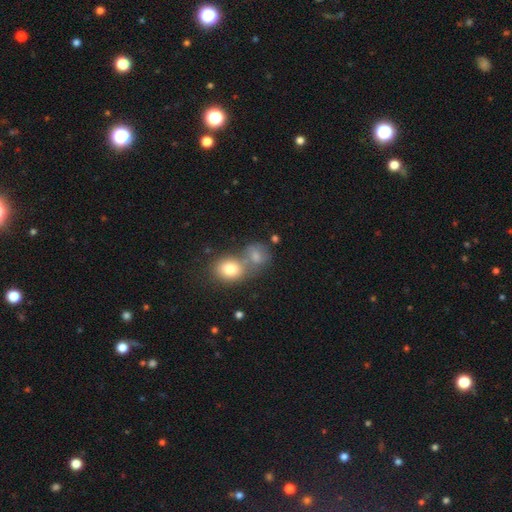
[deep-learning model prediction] A smooth galaxy with no disk features (74%) that is round (58%).

Vote fractions:
- Smooth or featured? smooth: 74% / featured or disk: 14% / star or artifact: 12%
- How rounded? round: 58% / in between: 40% / cigar-shaped: 2%
- Merging? merger: 49% / none: 34% / minor disturbance: 11% / major disturbance: 6%